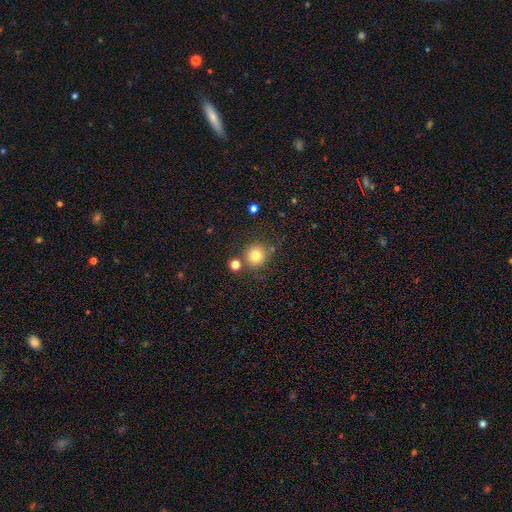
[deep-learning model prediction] A smooth galaxy with no disk features (77%) that is round (92%).

Vote fractions:
- Smooth or featured? smooth: 77% / star or artifact: 14% / featured or disk: 9%
- How rounded? round: 92% / in between: 7% / cigar-shaped: 1%
- Merging? none: 78% / merger: 10% / minor disturbance: 10% / major disturbance: 3%